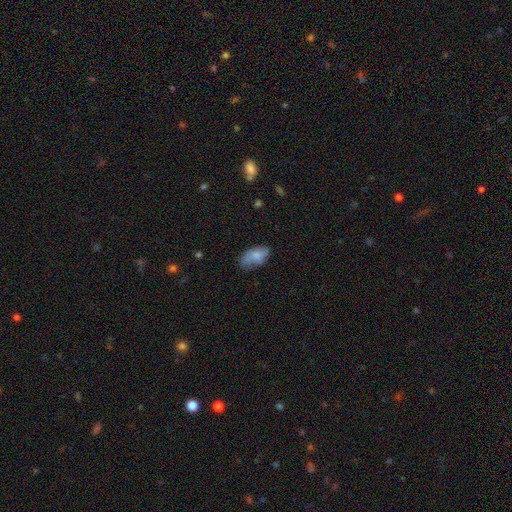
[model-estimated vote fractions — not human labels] smooth_or_featured: smooth (p=0.74) [alt: featured or disk p=0.18]
how_rounded: in between (p=0.93) [alt: round p=0.04]
merging: none (p=0.55) [alt: minor disturbance p=0.31]